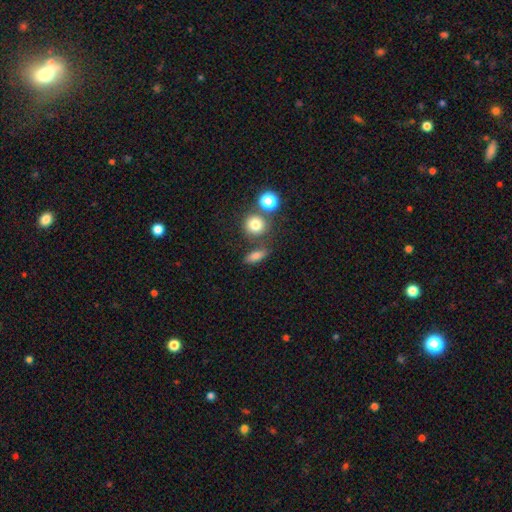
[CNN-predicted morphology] This appears to be a smooth galaxy with no disk features (76%) that is in between round and cigar-shaped (57%). Merging: none (71%).